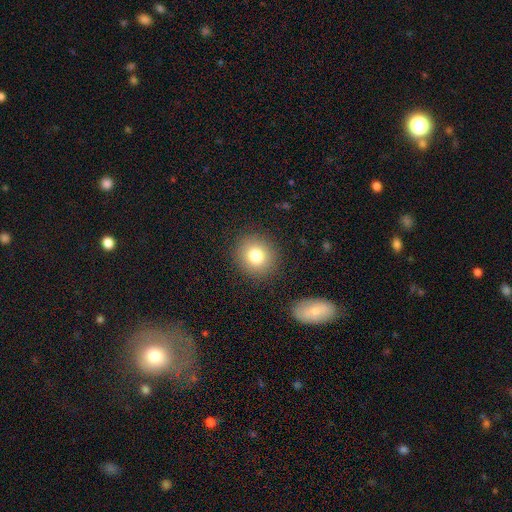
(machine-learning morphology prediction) smooth 79%, star or artifact 11%, featured or disk 10%. Down the decision tree: how rounded — round (88%); merging — none (89%).